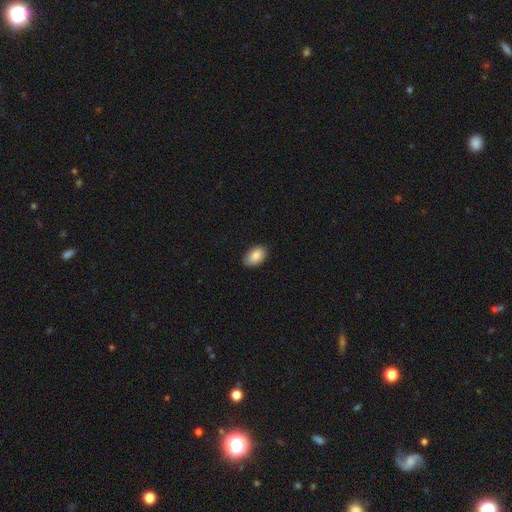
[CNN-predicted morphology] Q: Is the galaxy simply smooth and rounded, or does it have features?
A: smooth — 85%.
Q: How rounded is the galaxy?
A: in between — 93%.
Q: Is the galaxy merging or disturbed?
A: none — 85%.